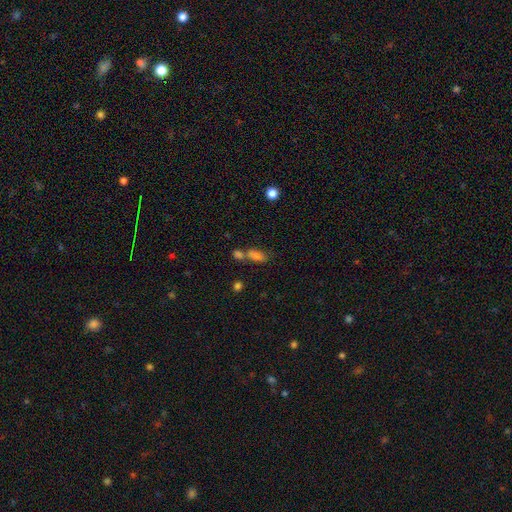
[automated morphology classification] Smooth or featured? smooth (76%)
How rounded? in between (82%)
Merging? merger (42%)